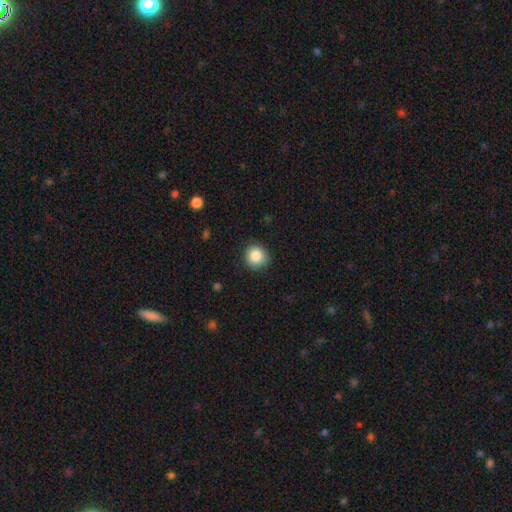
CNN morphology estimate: Q: Smooth or featured?
A: smooth (86%); runner-up: star or artifact (9%)
Q: How rounded?
A: round (90%); runner-up: in between (9%)
Q: Merging?
A: none (88%); runner-up: minor disturbance (9%)